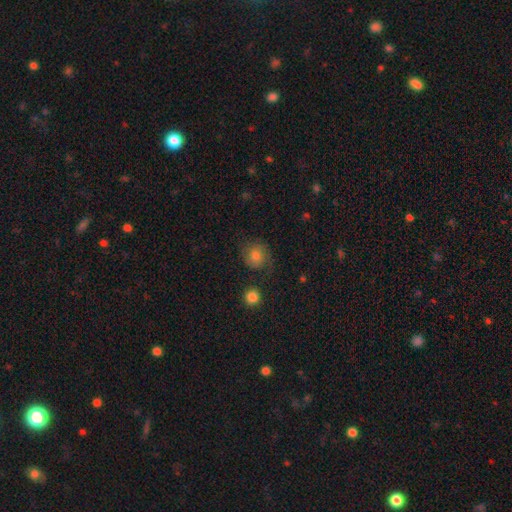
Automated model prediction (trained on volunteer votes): Smooth or featured: smooth — 66% (featured or disk — 23%)
How rounded: round — 86% (in between — 14%)
Merging: none — 71% (minor disturbance — 18%)